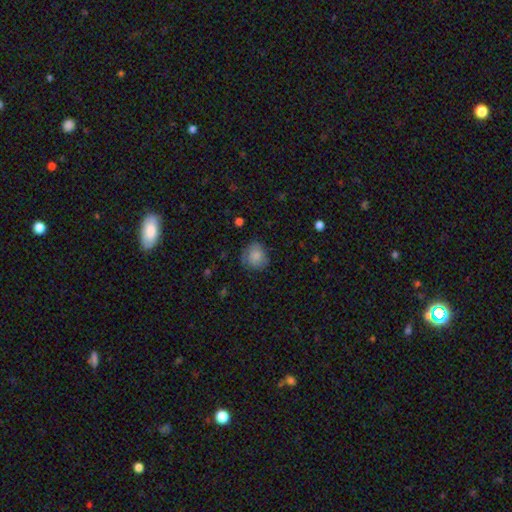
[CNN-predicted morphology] smooth 77%, featured or disk 15%, star or artifact 8%. Down the decision tree: how rounded — round (79%); merging — none (70%).